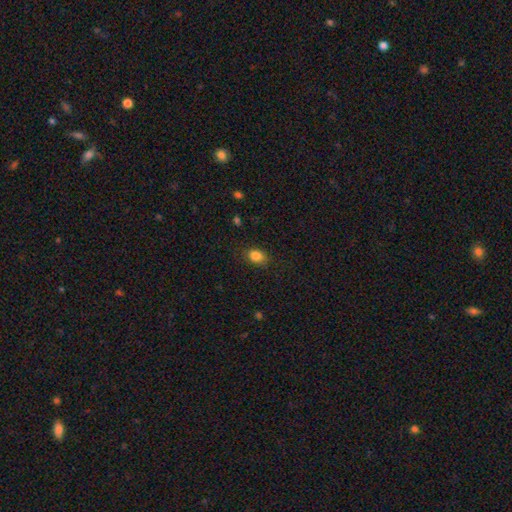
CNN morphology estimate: This is clearly a smooth galaxy (85%). How rounded: likely in between (72%). Merging: clearly none (81%).